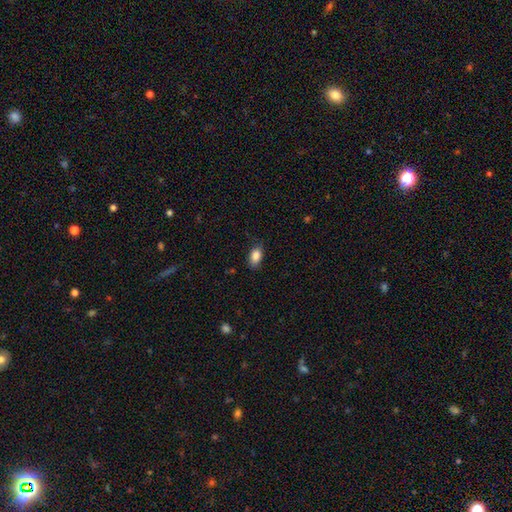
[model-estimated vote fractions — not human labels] This is clearly a smooth galaxy (87%). How rounded: clearly in between (88%). Merging: likely none (79%).